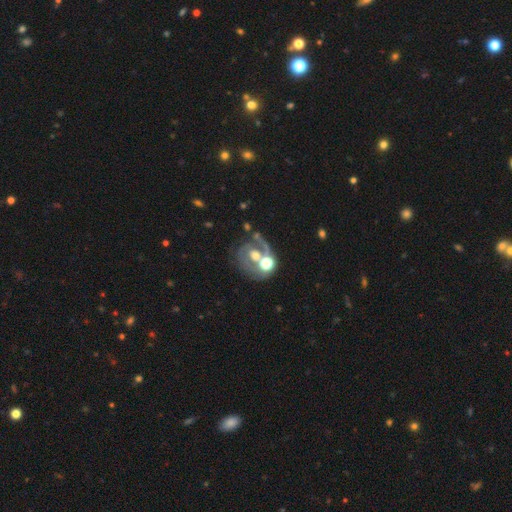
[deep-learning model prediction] Smooth or featured?
  - featured or disk: 62% *
  - smooth: 26%
  - star or artifact: 12%
Edge-on disk?
  - no: 97% *
  - yes: 3%
Bar?
  - no: 72% *
  - weak: 19%
  - strong: 9%
Spiral arms?
  - yes: 52% *
  - no: 48%
Bulge size?
  - moderate: 59% *
  - large: 18%
  - small: 15%
  - none: 4%
  - dominant: 4%
Merging?
  - none: 45% *
  - merger: 26%
  - minor disturbance: 15%
  - major disturbance: 14%